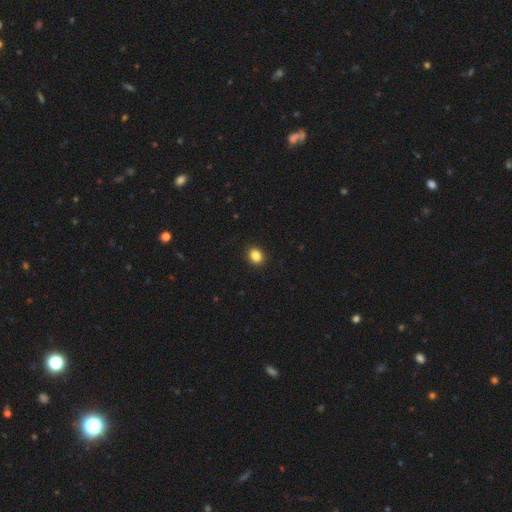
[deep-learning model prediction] Overall: smooth (85%). How rounded: round (64%; in between 35%). Merging: none (92%).